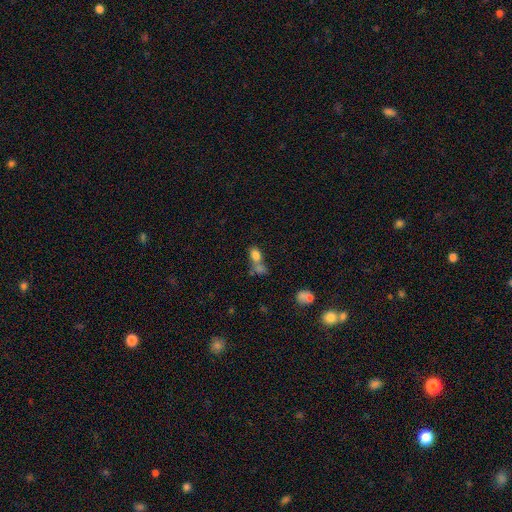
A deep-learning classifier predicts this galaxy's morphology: Overall: smooth (77%). How rounded: in between (70%). Merging: merger (54%; none 29%).